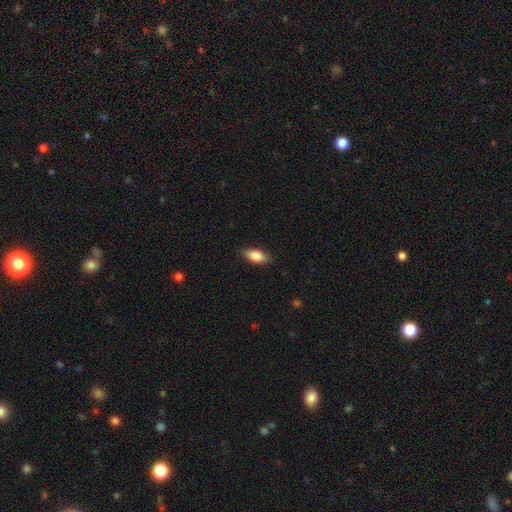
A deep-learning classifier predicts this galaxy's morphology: Smooth or featured: smooth — 86% (featured or disk — 8%)
How rounded: in between — 86% (cigar-shaped — 11%)
Merging: none — 85% (minor disturbance — 11%)